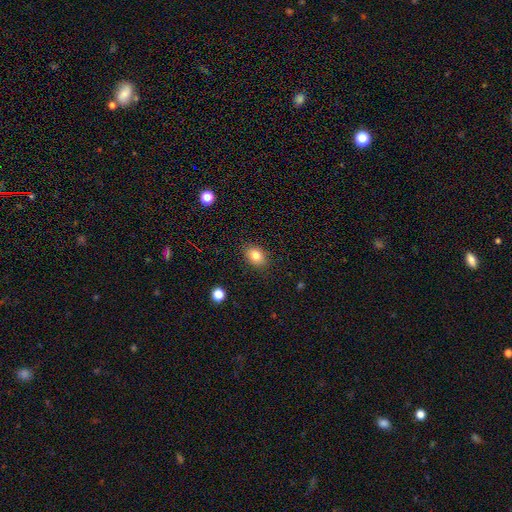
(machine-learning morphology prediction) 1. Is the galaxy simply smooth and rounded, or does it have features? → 83% smooth, 10% star or artifact, 8% featured or disk.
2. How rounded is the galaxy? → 68% in between, 30% round, 1% cigar-shaped.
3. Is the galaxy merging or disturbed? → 87% none, 9% minor disturbance, 2% major disturbance, 1% merger.